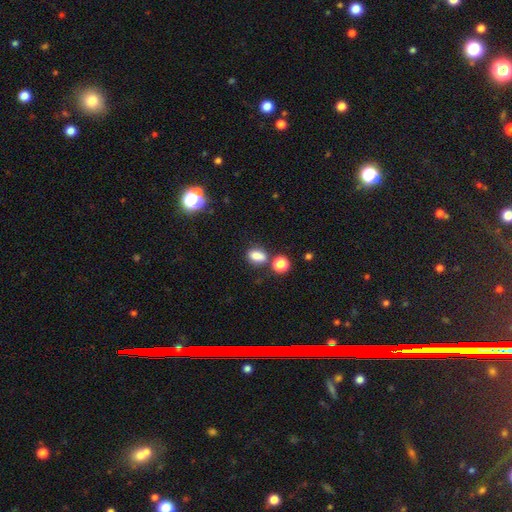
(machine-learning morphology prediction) Smooth or featured? Predicted: smooth (p=0.82). How rounded? Predicted: in between (p=0.73). Merging? Predicted: none (p=0.65).